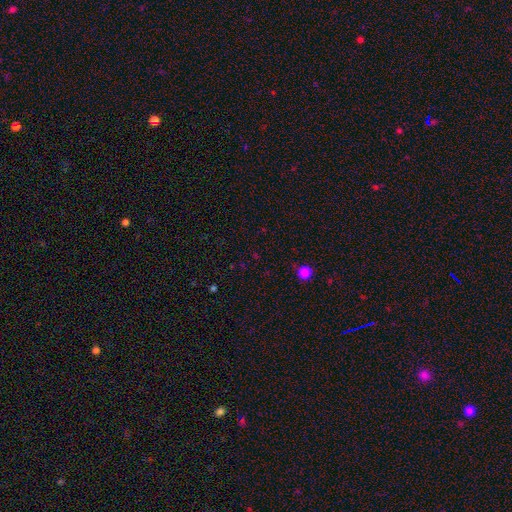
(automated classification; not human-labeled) star or artifact 57%, smooth 37%, featured or disk 7%.